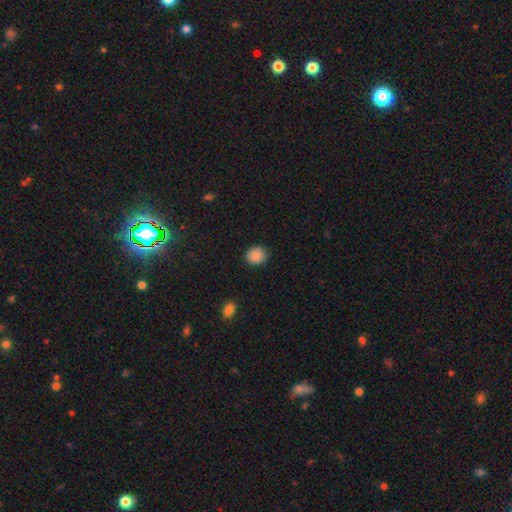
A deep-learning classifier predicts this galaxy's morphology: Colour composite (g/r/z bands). It shows a smooth galaxy with no disk features (89%) that is round (72%). Merging: none (87%).